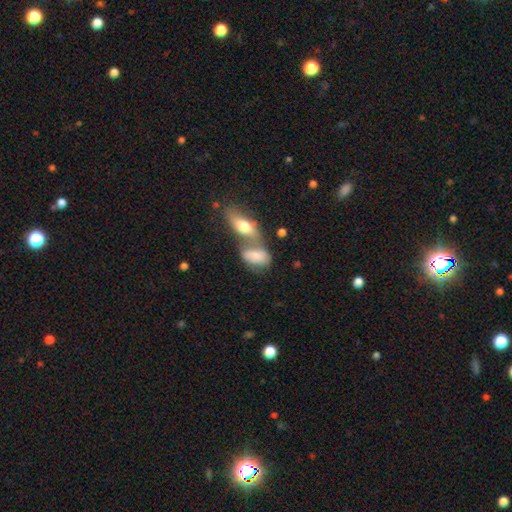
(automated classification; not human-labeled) smooth 70%, featured or disk 22%, star or artifact 8%. Down the decision tree: how rounded — in between (86%); merging — merger (62%).